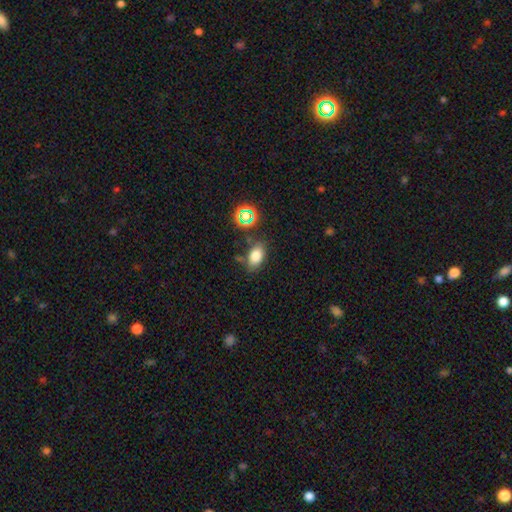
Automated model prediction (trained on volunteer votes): Morphology: type=smooth (76%); roundness=in between (84%); merging=none (72%).